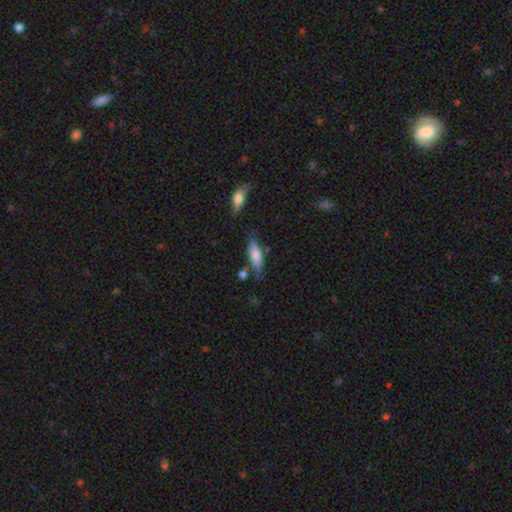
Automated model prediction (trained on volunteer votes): Q: Smooth or featured?
A: smooth (74%); runner-up: featured or disk (19%)
Q: How rounded?
A: in between (69%); runner-up: cigar-shaped (29%)
Q: Merging?
A: none (57%); runner-up: minor disturbance (25%)